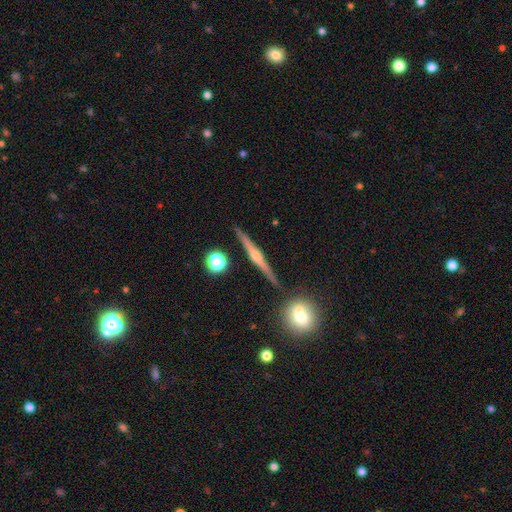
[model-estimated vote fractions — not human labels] This is likely a featured or disk galaxy (77%). It is clearly viewed edge-on (98%). Edge-on bulge: clearly rounded (86%). Merging: clearly none (89%).